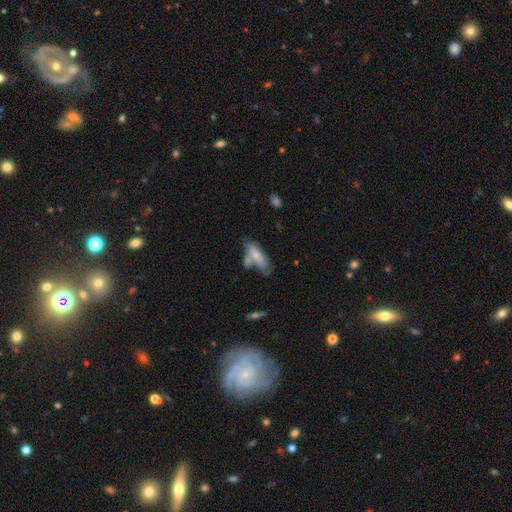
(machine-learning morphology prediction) smooth-or-featured: smooth: 63% | featured or disk: 30% | star or artifact: 7%
  how-rounded: in between: 65% | cigar-shaped: 33% | round: 2%
  merging: none: 38% | merger: 30% | minor disturbance: 21% | major disturbance: 10%